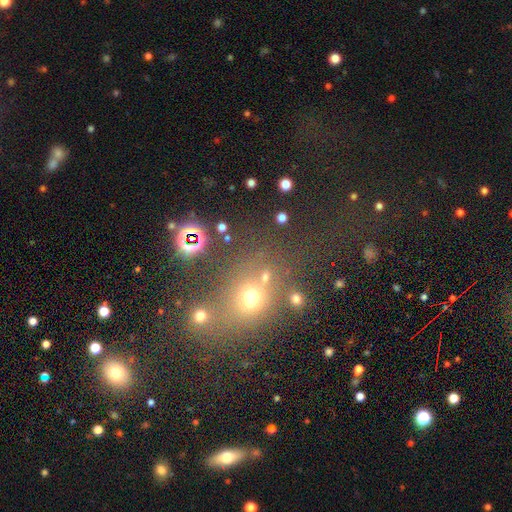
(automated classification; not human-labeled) smooth 43% (tied), star or artifact 43% (tied), featured or disk 14%. Down the decision tree: merging — none (54%).